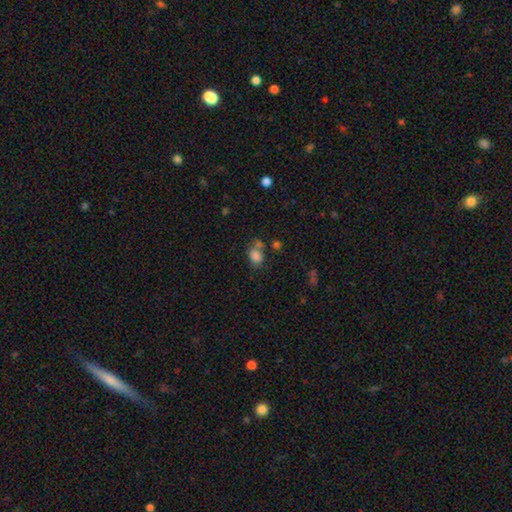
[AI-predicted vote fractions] The model was most divided on "how rounded": in between: 62%, round: 37%, cigar-shaped: 1%. More confident: smooth or featured — smooth (81%); merging — none (52%).